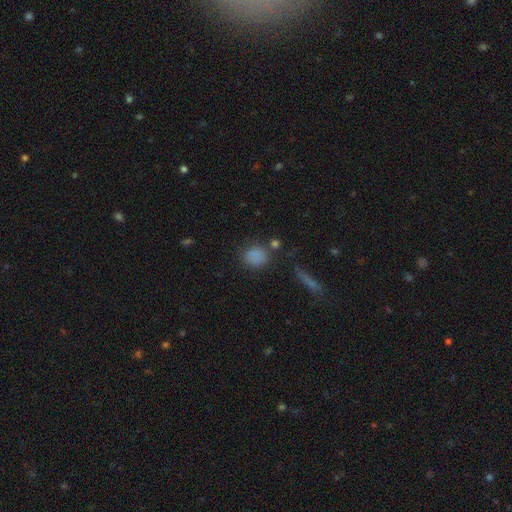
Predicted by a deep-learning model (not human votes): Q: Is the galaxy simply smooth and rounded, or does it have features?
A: smooth — 80%.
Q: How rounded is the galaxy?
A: round — 77%.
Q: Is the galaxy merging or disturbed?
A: none — 73%.